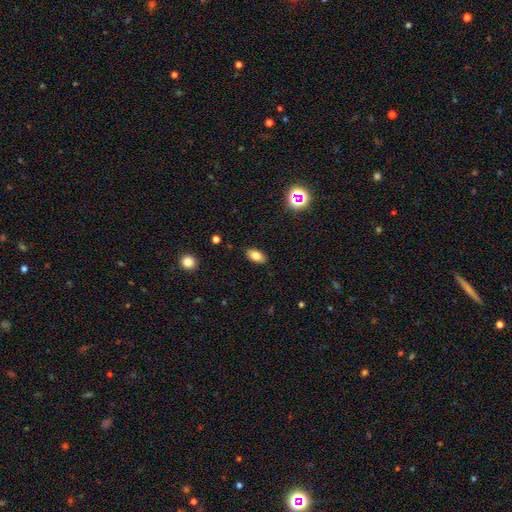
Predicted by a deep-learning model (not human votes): Q: Smooth or featured?
A: smooth (79%); runner-up: featured or disk (11%)
Q: How rounded?
A: in between (90%); runner-up: round (7%)
Q: Merging?
A: none (87%); runner-up: minor disturbance (10%)